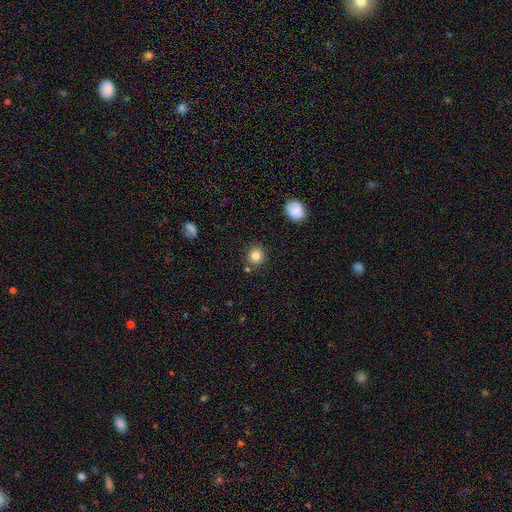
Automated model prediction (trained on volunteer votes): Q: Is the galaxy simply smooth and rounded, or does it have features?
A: smooth — 83%.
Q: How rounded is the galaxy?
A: round — 86%.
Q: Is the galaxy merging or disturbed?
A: none — 83%.